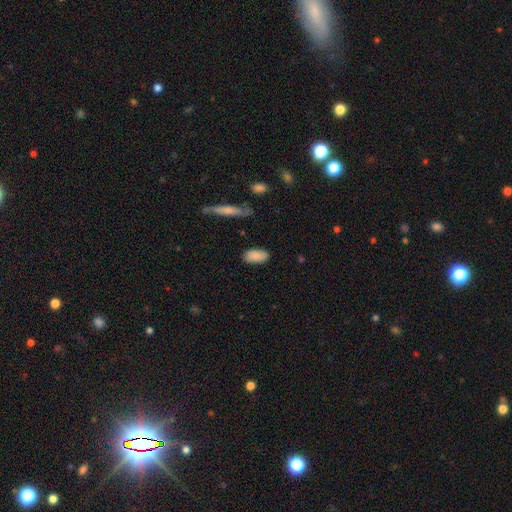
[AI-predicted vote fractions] This appears to be a smooth galaxy with no disk features (87%) that is in between round and cigar-shaped (92%). Merging: none (84%).